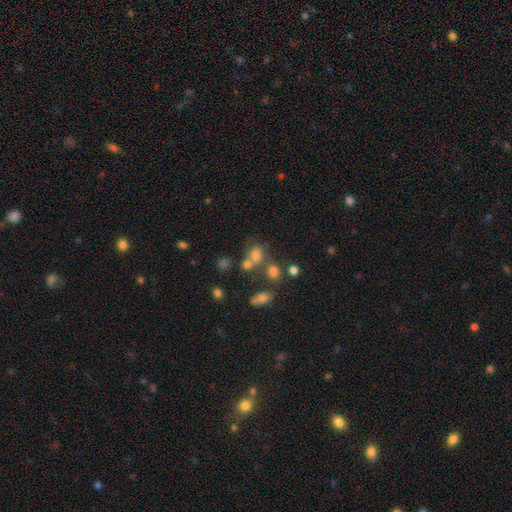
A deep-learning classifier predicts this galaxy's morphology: smooth 64%, star or artifact 21%, featured or disk 15%. Down the decision tree: how rounded — round (54%); merging — none (44%).